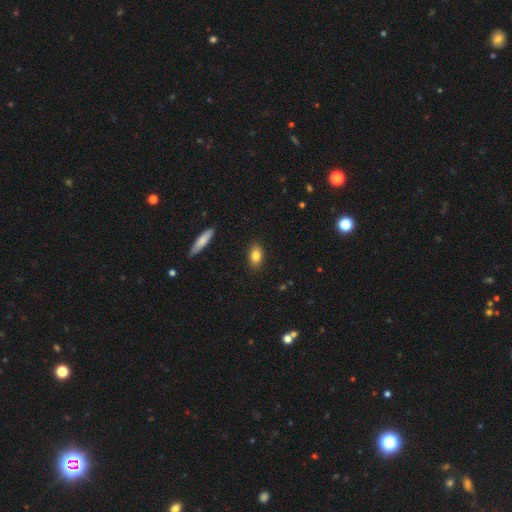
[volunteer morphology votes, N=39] Volunteers were most divided on "merging": none: 82%, minor disturbance: 8%, merger: 8%, major disturbance: 3%. More confident: smooth or featured — smooth (92%); how rounded — in between (86%).